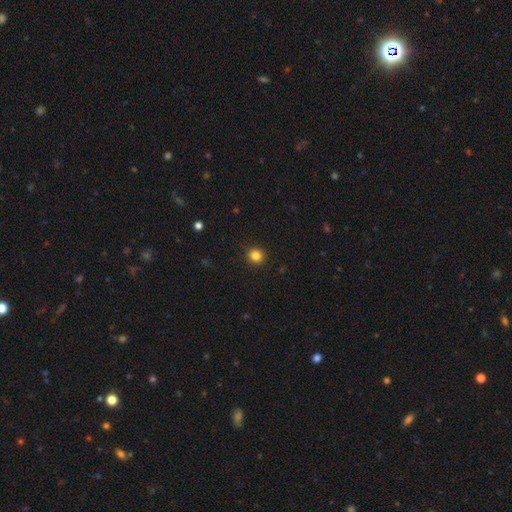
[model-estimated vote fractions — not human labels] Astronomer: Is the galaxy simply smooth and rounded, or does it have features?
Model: smooth — 83%.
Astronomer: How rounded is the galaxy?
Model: round — 91%.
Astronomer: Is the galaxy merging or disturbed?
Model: none — 91%.